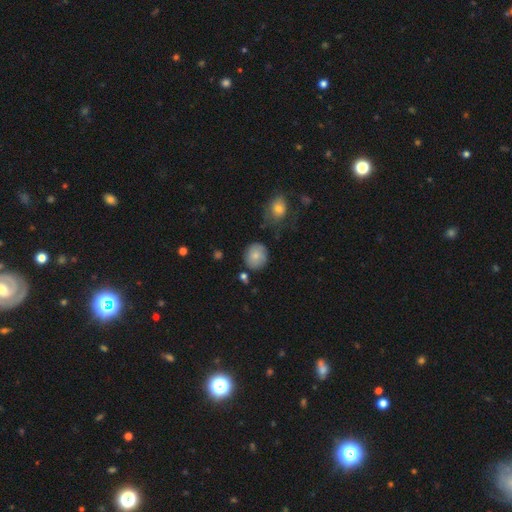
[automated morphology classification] Overall: smooth (79%). How rounded: round (82%). Merging: none (76%).